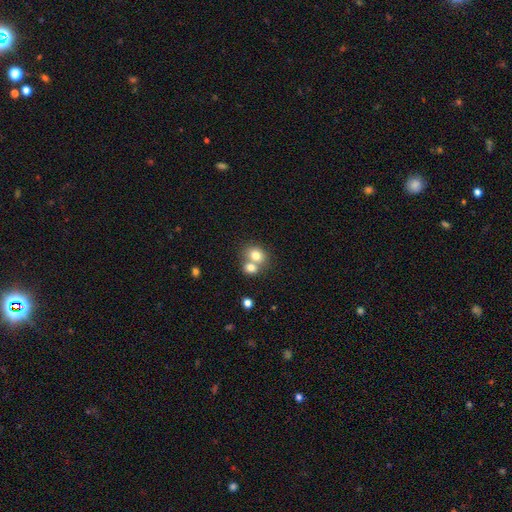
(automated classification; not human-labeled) Smooth or featured? Predicted: smooth (p=0.76). How rounded? Predicted: round (p=0.60). Merging? Predicted: merger (p=0.58).